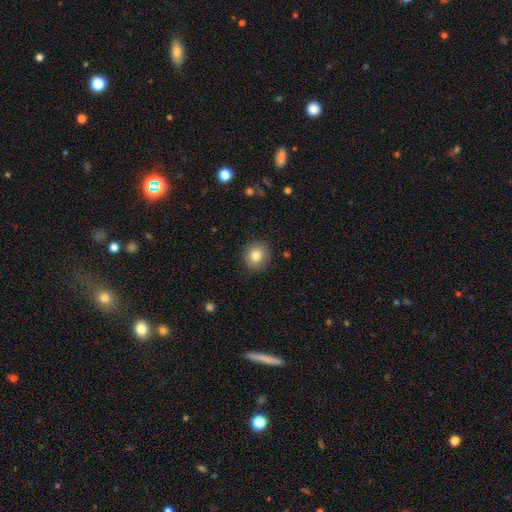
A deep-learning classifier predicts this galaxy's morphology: Overall: smooth (81%). How rounded: round (75%). Merging: none (88%).